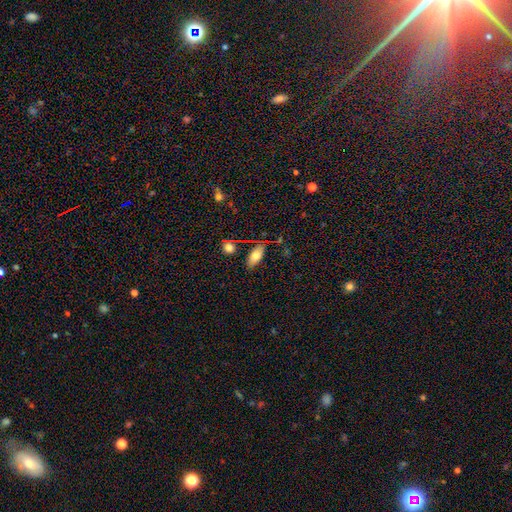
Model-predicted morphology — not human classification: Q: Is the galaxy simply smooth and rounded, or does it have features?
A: smooth — 75%.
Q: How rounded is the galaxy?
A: in between — 84%.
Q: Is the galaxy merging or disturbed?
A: none — 79%.